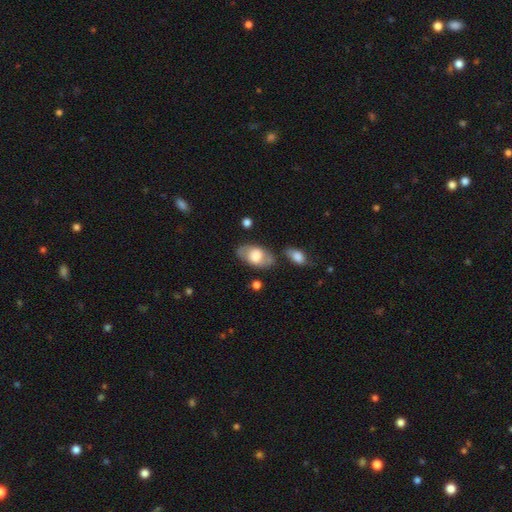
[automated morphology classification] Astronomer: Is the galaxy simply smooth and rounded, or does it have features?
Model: smooth — 52% (runner-up: featured or disk, 41%).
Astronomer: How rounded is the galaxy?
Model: in between — 90%.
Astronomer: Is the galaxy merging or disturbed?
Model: none — 70%.